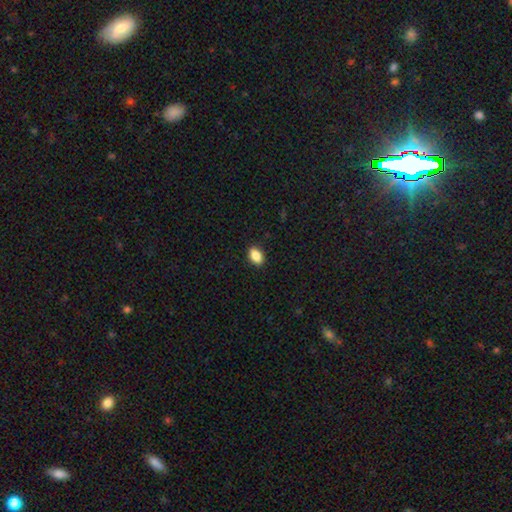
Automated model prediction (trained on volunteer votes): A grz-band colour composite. It shows a smooth galaxy with no disk features (87%) that is in between round and cigar-shaped (88%). Merging: none (90%).